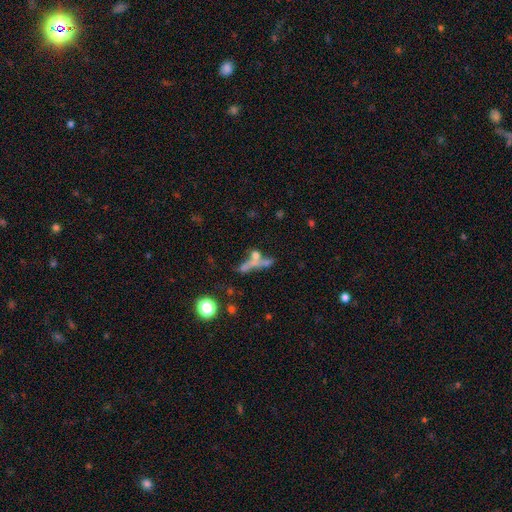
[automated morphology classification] smooth 43%, featured or disk 38%, star or artifact 19%. Down the decision tree: merging — none (39%).